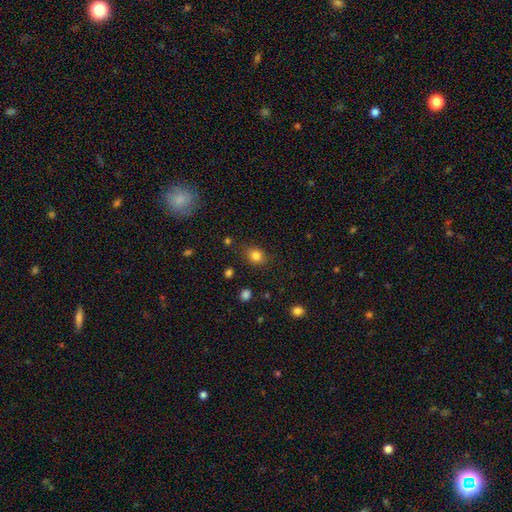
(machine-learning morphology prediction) smooth-or-featured: smooth: 83% | star or artifact: 12% | featured or disk: 5%
  how-rounded: round: 56% | in between: 43% | cigar-shaped: 1%
  merging: none: 82% | minor disturbance: 12% | major disturbance: 4% | merger: 2%